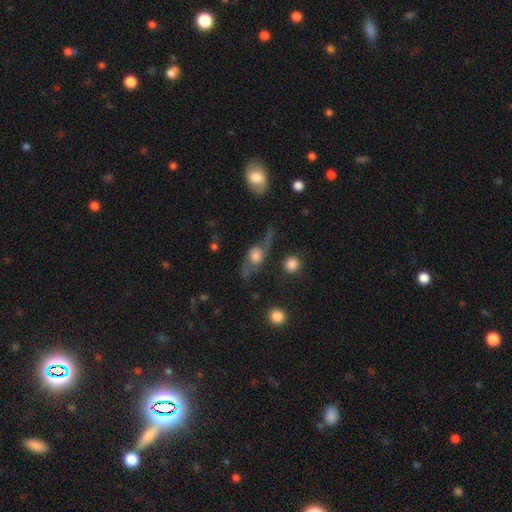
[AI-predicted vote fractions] This is possibly a featured or disk galaxy (59%). It is likely not viewed edge-on (71%). Merging: possibly none (49%).